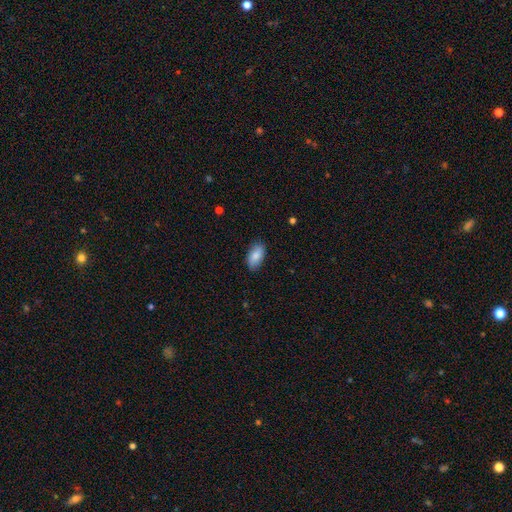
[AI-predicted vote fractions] smooth-or-featured: smooth: 84% | featured or disk: 10% | star or artifact: 6%
  how-rounded: in between: 94% | cigar-shaped: 3% | round: 3%
  merging: none: 85% | minor disturbance: 12% | major disturbance: 2% | merger: 1%